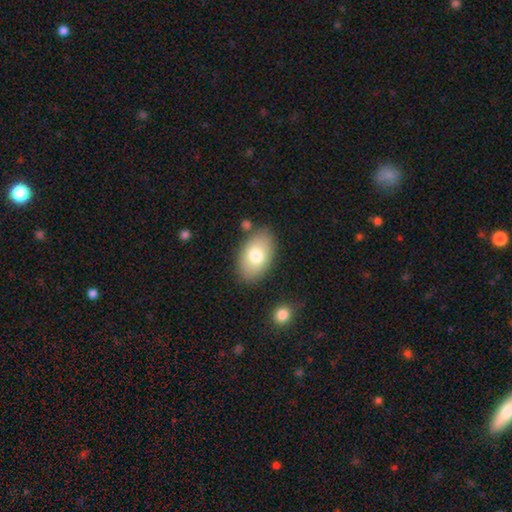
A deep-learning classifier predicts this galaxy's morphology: The model was most divided on "smooth or featured": smooth: 76%, featured or disk: 17%, star or artifact: 7%. More confident: how rounded — in between (91%); merging — none (82%).